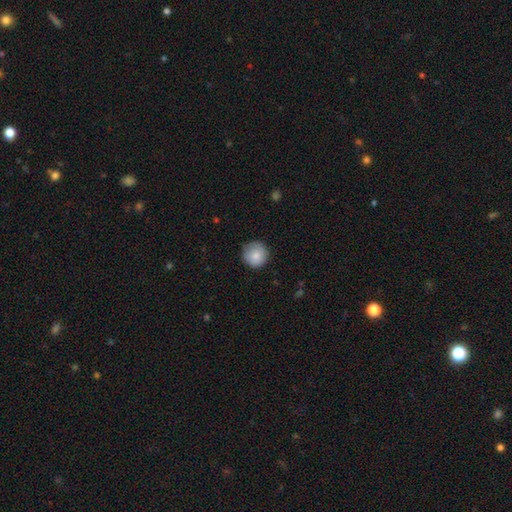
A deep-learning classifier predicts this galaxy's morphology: This is clearly a smooth galaxy (82%). How rounded: clearly round (94%). Merging: clearly none (81%).